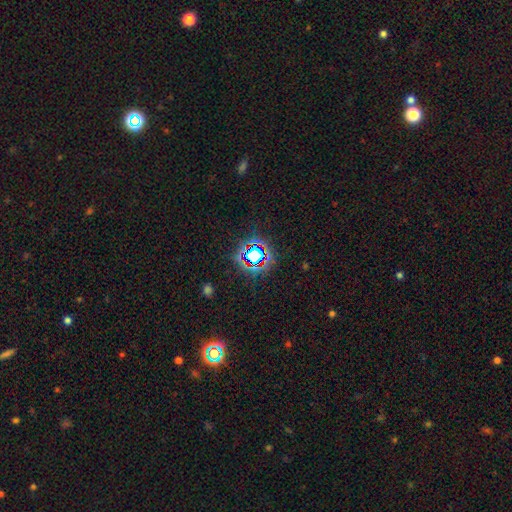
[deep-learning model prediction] The model was most divided on "smooth or featured": star or artifact: 70%, smooth: 19%, featured or disk: 12%.